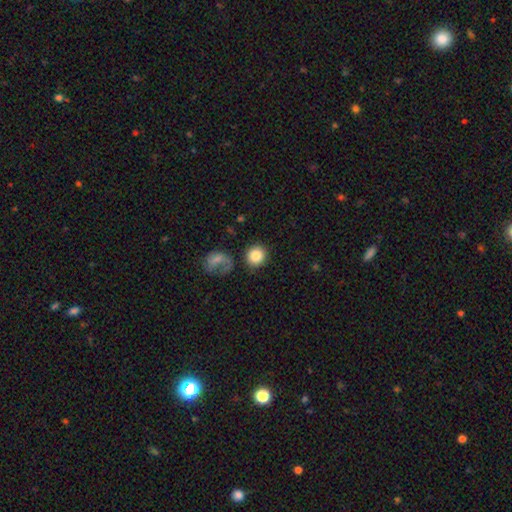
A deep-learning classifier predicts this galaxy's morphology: type=smooth (86%); roundness=round (88%); merging=none (79%).